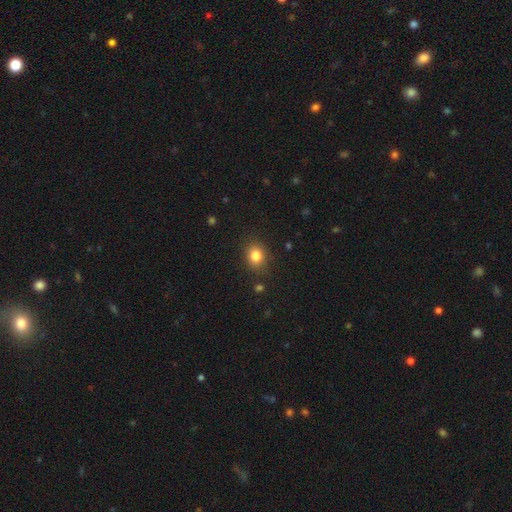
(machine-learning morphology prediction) smooth_or_featured: smooth (p=0.83) [alt: star or artifact p=0.11]
how_rounded: round (p=0.54) [alt: in between p=0.45]
merging: none (p=0.84) [alt: minor disturbance p=0.12]